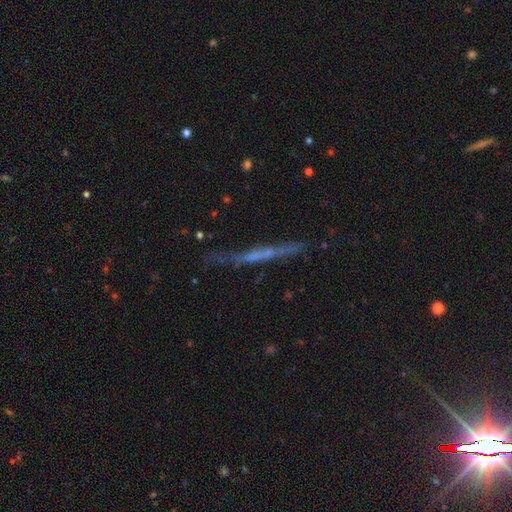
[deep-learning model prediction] Q: Smooth or featured?
A: featured or disk (59%); runner-up: smooth (30%)
Q: Edge-on disk?
A: yes (91%); runner-up: no (9%)
Q: Edge-on bulge?
A: none (71%); runner-up: rounded (18%)
Q: Merging?
A: none (69%); runner-up: minor disturbance (20%)